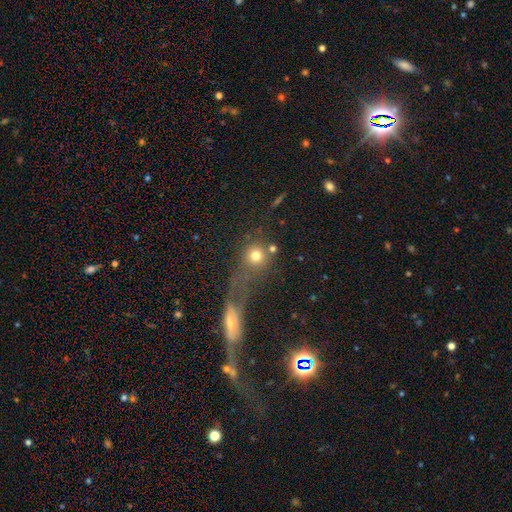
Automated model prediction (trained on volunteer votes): Smooth or featured?
  - smooth: 74% *
  - star or artifact: 13%
  - featured or disk: 12%
How rounded?
  - round: 88% *
  - in between: 10%
  - cigar-shaped: 2%
Merging?
  - none: 47% *
  - merger: 33%
  - major disturbance: 10%
  - minor disturbance: 9%